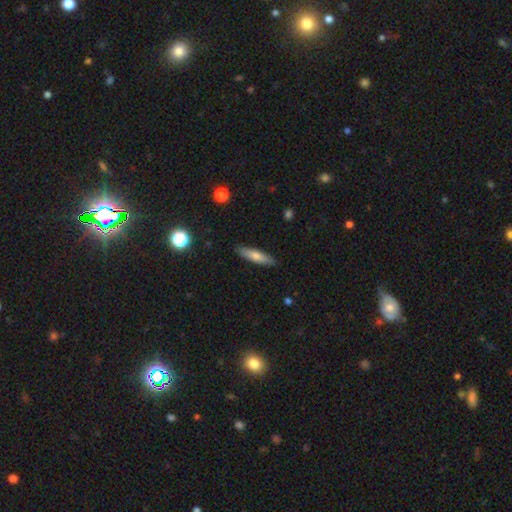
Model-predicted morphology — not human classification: Smooth or featured?
  - smooth: 65% *
  - featured or disk: 28%
  - star or artifact: 7%
How rounded?
  - cigar-shaped: 78% *
  - in between: 20%
  - round: 2%
Merging?
  - none: 89% *
  - minor disturbance: 8%
  - major disturbance: 2%
  - merger: 1%